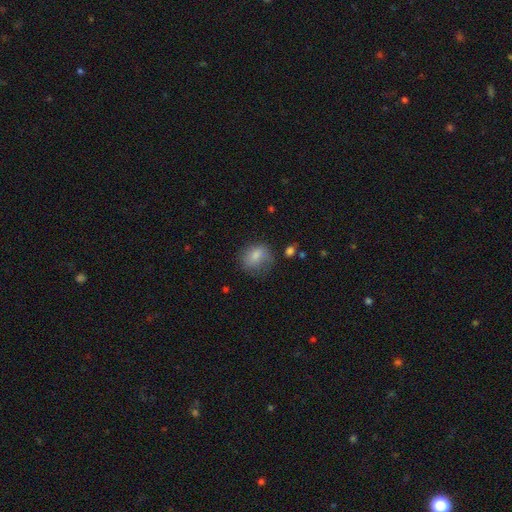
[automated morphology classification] type=smooth (77%); roundness=round (56%); merging=none (56%).